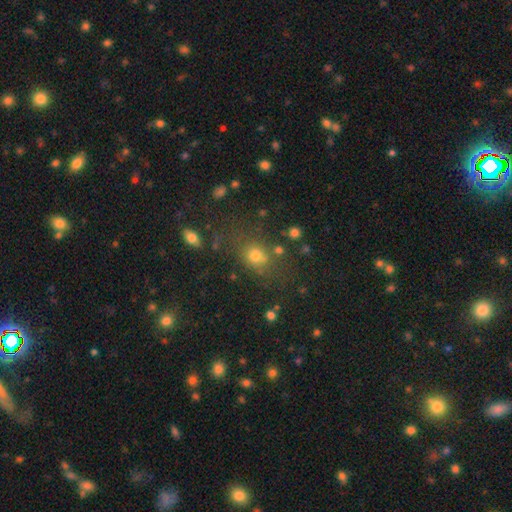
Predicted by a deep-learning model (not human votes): Smooth or featured?
  - smooth: 69% *
  - star or artifact: 20%
  - featured or disk: 11%
How rounded?
  - round: 64% *
  - in between: 34%
  - cigar-shaped: 2%
Merging?
  - none: 69% *
  - minor disturbance: 14%
  - merger: 11%
  - major disturbance: 7%